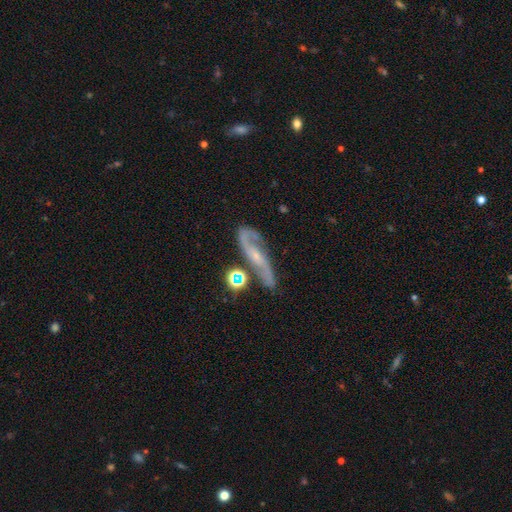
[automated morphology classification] featured or disk 85%, smooth 8%, star or artifact 7%. Down the decision tree: edge-on disk — no (88%); bar — no (44%); spiral arms — yes (95%); spiral arm count — 2 (89%); spiral winding — medium (42%, tied with loose); bulge size — small (62%); merging — none (60%).